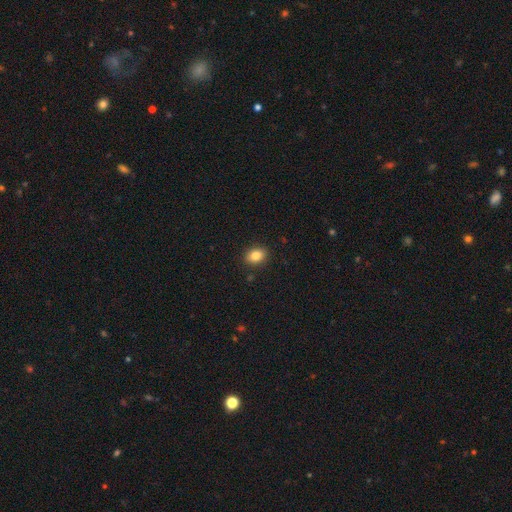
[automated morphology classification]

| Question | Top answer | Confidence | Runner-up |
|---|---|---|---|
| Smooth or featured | smooth | 84% | star or artifact (9%) |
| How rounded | in between | 69% | round (30%) |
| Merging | none | 90% | minor disturbance (7%) |